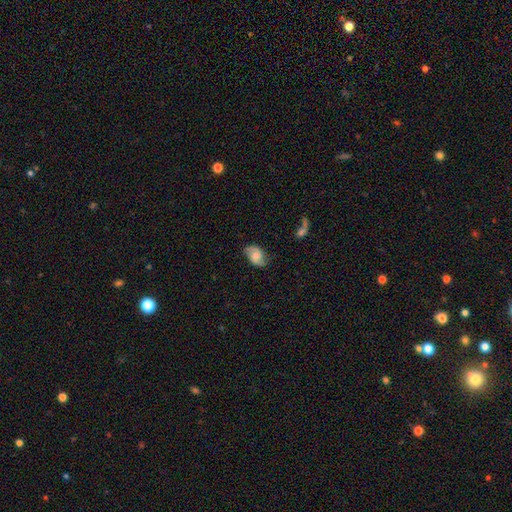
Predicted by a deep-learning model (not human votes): This appears to be a featured or disk galaxy (56%) with no bar (58%), spiral arms (91%) and a moderate central bulge (45%). Merging: none (72%).